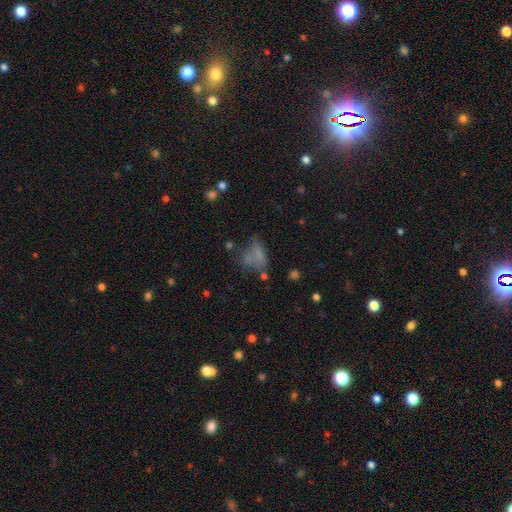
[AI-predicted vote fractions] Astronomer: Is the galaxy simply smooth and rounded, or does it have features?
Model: smooth — 63%.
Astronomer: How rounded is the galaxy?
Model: in between — 78%.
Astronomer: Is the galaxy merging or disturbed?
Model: none — 34% (runner-up: major disturbance, 27%).